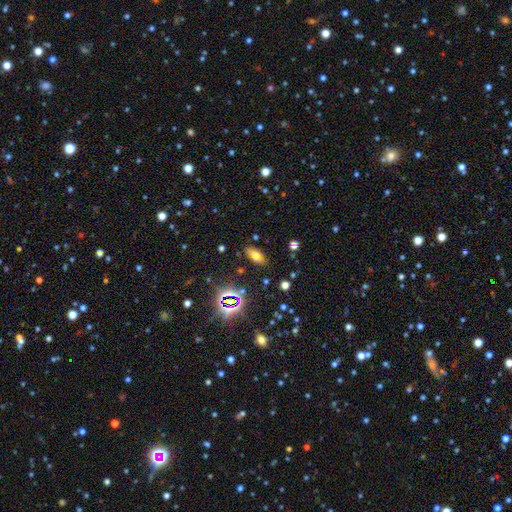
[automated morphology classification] smooth 52%, star or artifact 26%, featured or disk 22%. Down the decision tree: how rounded — in between (80%); merging — none (79%).